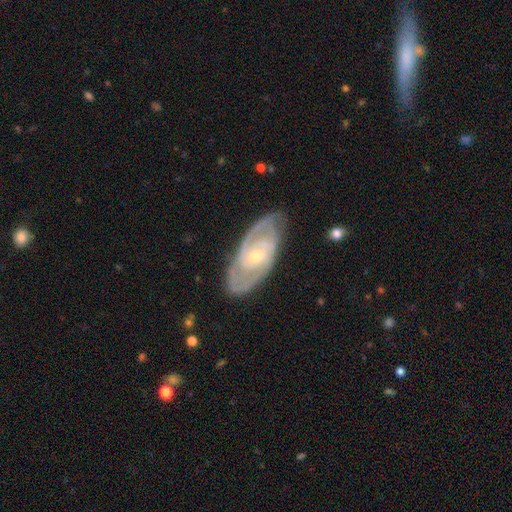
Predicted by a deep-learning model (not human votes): Overall: featured or disk (87%). Edge-on disk: no (94%). Bar: no (59%; weak 32%). Spiral arms: yes (95%). Spiral arm count: 2 (66%). Spiral winding: tight (59%; medium 35%). Bulge size: small (65%; moderate 32%). Merging: none (79%).